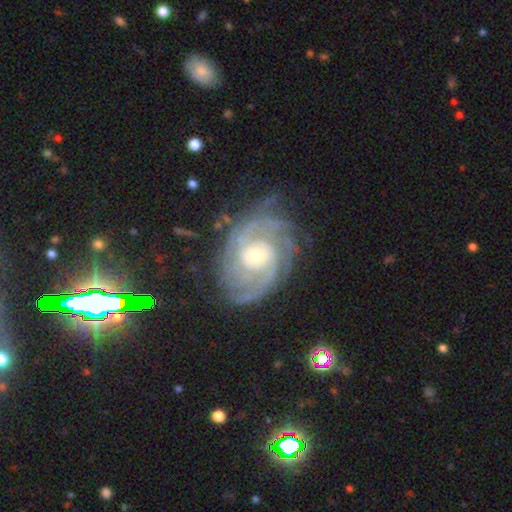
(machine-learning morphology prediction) The model was most divided on "spiral arm count": can't tell: 30%, 2: 19%, 3: 19%, 4: 15%, more than 4: 10%, 1: 7%. More confident: spiral arms — yes (97%); edge-on disk — no (97%); smooth or featured — featured or disk (88%); spiral winding — tight (71%); merging — none (71%); bar — no (67%); bulge size — moderate (54%).